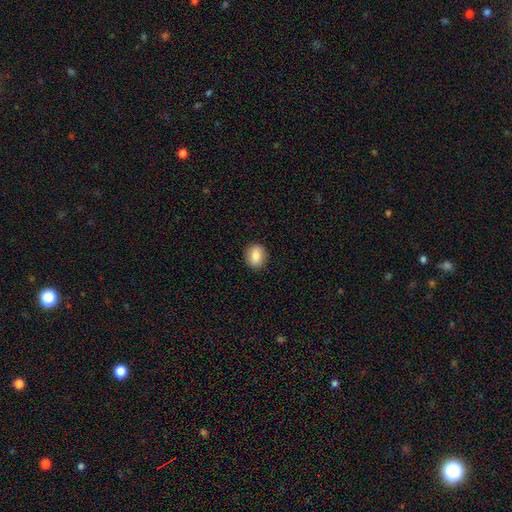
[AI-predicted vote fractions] A smooth galaxy with no disk features (87%) that is round (57%).

Vote fractions:
- Smooth or featured? smooth: 87% / star or artifact: 8% / featured or disk: 5%
- How rounded? round: 57% / in between: 42% / cigar-shaped: 1%
- Merging? none: 89% / minor disturbance: 8% / major disturbance: 2% / merger: 1%